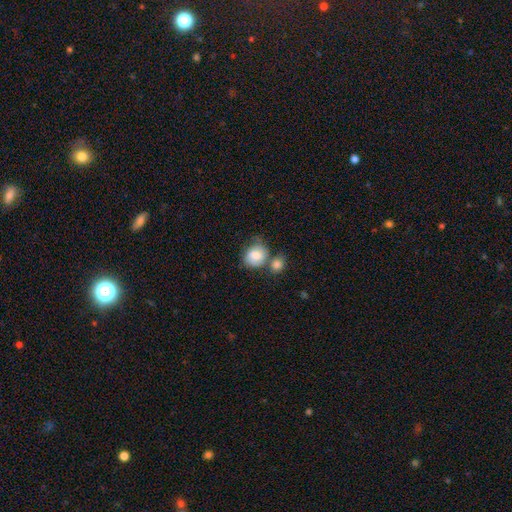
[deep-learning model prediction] A smooth galaxy with no disk features (75%) that is round (60%).

Vote fractions:
- Smooth or featured? smooth: 75% / featured or disk: 18% / star or artifact: 7%
- How rounded? round: 60% / in between: 39% / cigar-shaped: 1%
- Merging? merger: 40% / none: 33% / minor disturbance: 18% / major disturbance: 8%